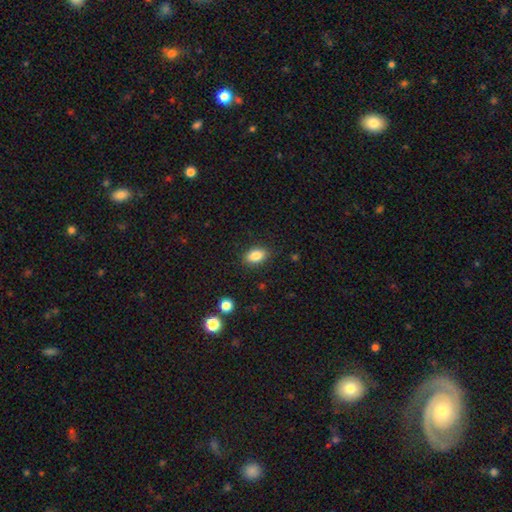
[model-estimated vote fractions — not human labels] Smooth or featured: smooth — 85% (star or artifact — 9%)
How rounded: in between — 87% (round — 11%)
Merging: none — 86% (minor disturbance — 10%)